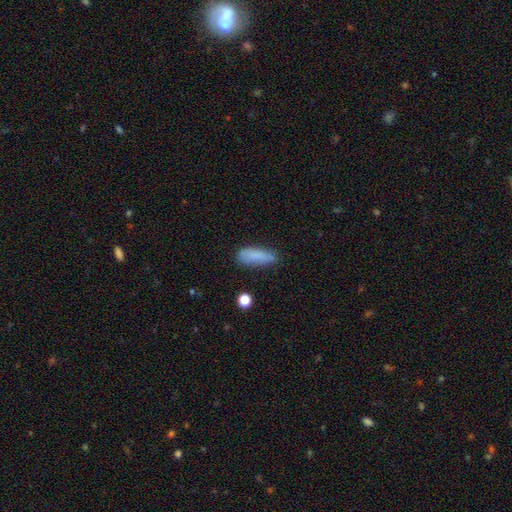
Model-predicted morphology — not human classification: Q: Smooth or featured?
A: smooth (83%); runner-up: featured or disk (9%)
Q: How rounded?
A: cigar-shaped (50%); runner-up: in between (48%)
Q: Merging?
A: none (68%); runner-up: minor disturbance (23%)